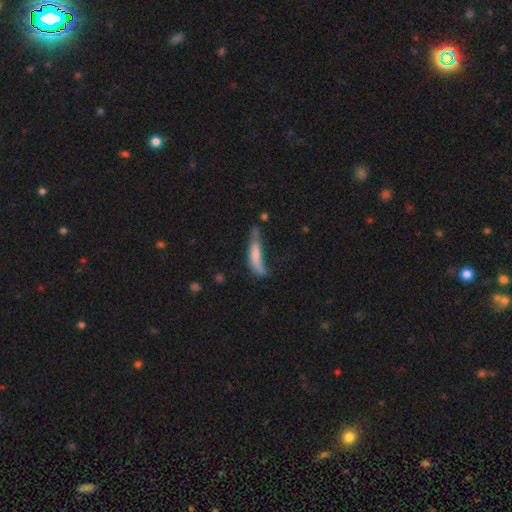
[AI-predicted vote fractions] Smooth or featured? Predicted: smooth (p=0.62). How rounded? Predicted: cigar-shaped (p=0.79). Merging? Predicted: none (p=0.32, tied with minor disturbance).